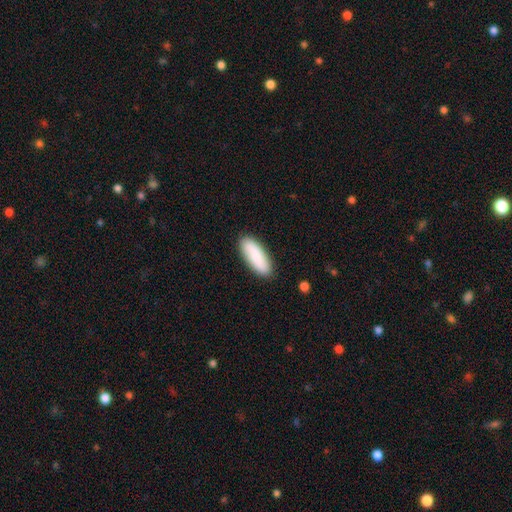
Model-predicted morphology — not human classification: This appears to be a smooth galaxy with no disk features (87%) that is in between round and cigar-shaped (61%). Merging: none (88%).